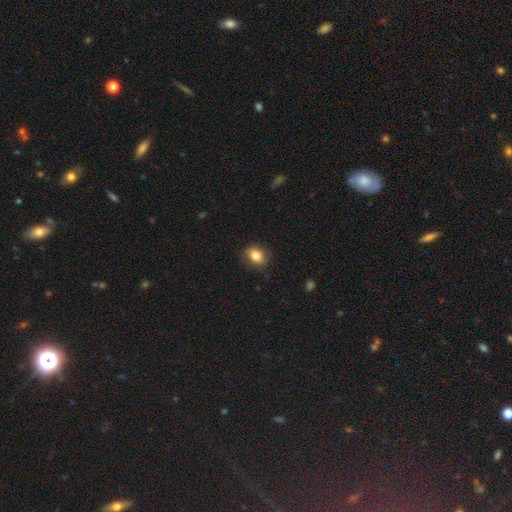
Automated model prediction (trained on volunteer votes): This is clearly a smooth galaxy (82%). How rounded: possibly in between (49%, tied with round). Merging: clearly none (81%).